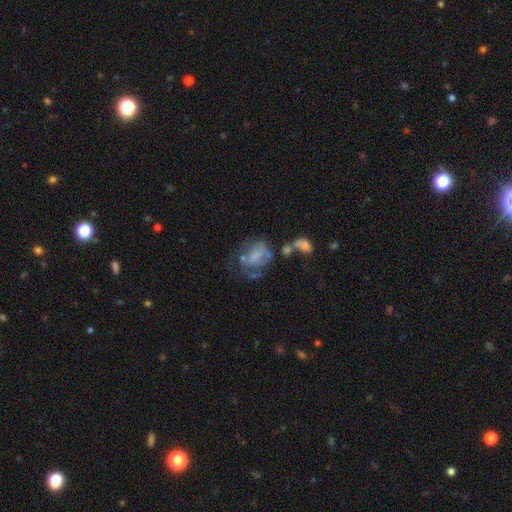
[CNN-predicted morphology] type=featured or disk (53%); edge-on=no (97%); bar=no (60%); spiral arms=no (54%); bulge=none (35%); merging=major disturbance (36%).